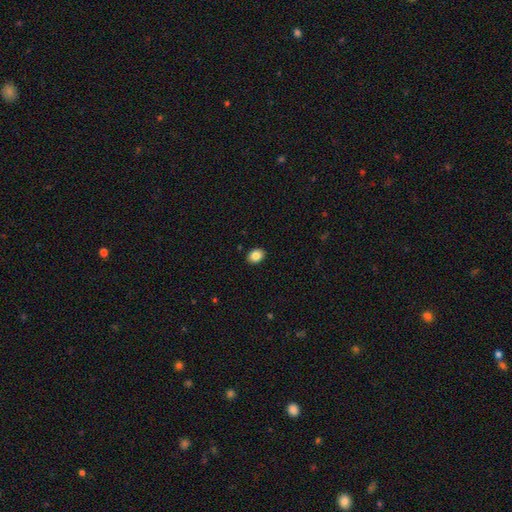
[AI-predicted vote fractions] Smooth or featured? smooth (86%)
How rounded? in between (67%)
Merging? none (90%)